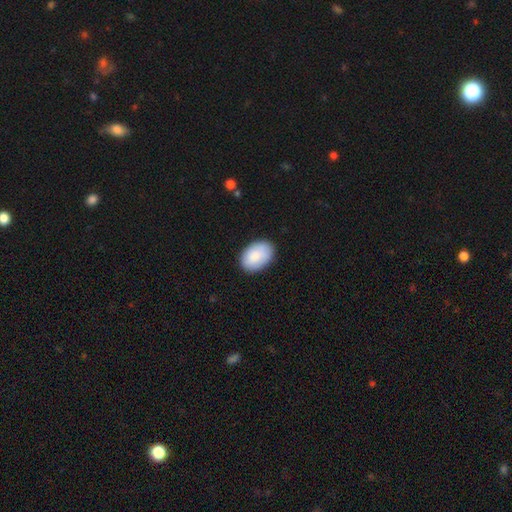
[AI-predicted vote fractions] smooth_or_featured: smooth (p=0.87) [alt: featured or disk p=0.08]
how_rounded: in between (p=0.88) [alt: round p=0.11]
merging: none (p=0.85) [alt: minor disturbance p=0.12]